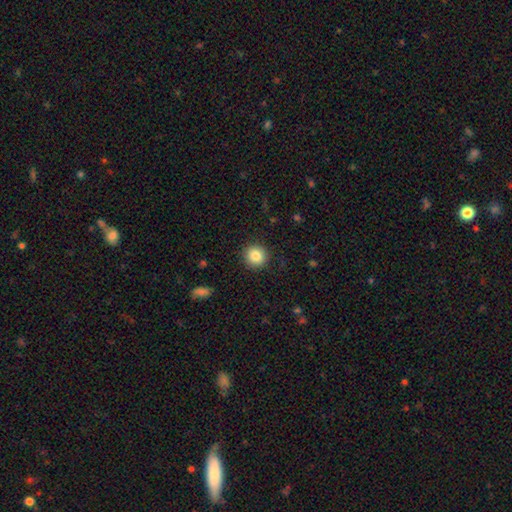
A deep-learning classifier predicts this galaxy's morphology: Smooth or featured? smooth (85%)
How rounded? round (92%)
Merging? none (91%)